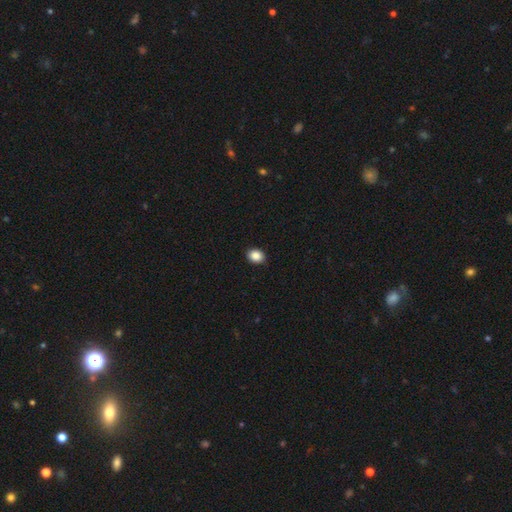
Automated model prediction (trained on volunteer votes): Smooth or featured? Predicted: smooth (p=0.88). How rounded? Predicted: in between (p=0.60). Merging? Predicted: none (p=0.91).